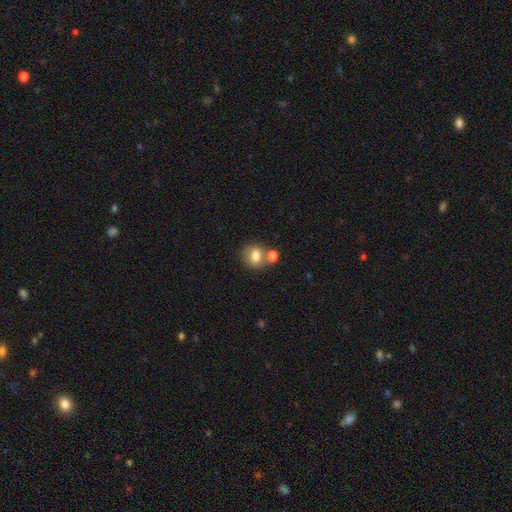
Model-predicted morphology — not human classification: A smooth galaxy with no disk features (77%) that is round (64%). Merging: none (53%).